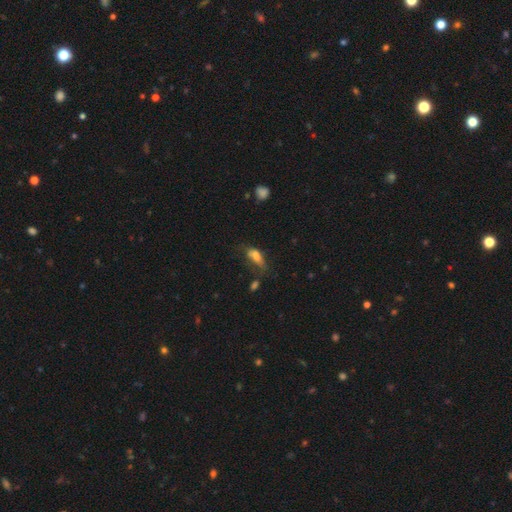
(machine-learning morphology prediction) Q: Smooth or featured?
A: smooth (65%); runner-up: featured or disk (22%)
Q: How rounded?
A: in between (71%); runner-up: cigar-shaped (24%)
Q: Merging?
A: none (33%); runner-up: major disturbance (28%)